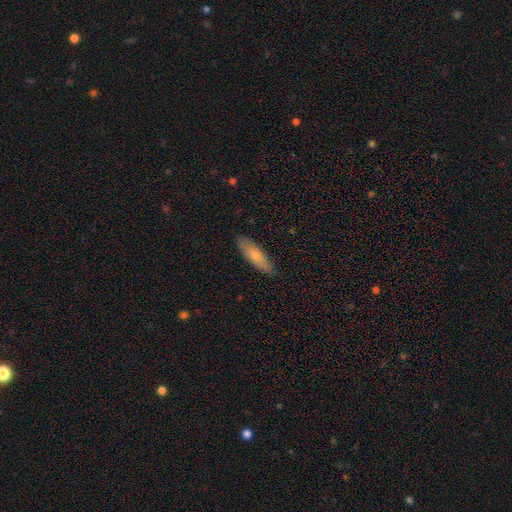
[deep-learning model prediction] A smooth galaxy with no disk features (75%) that is cigar-shaped (50%).

Vote fractions:
- Smooth or featured? smooth: 75% / featured or disk: 20% / star or artifact: 5%
- How rounded? cigar-shaped: 50% / in between: 49% / round: 2%
- Merging? none: 85% / minor disturbance: 12% / major disturbance: 2% / merger: 1%